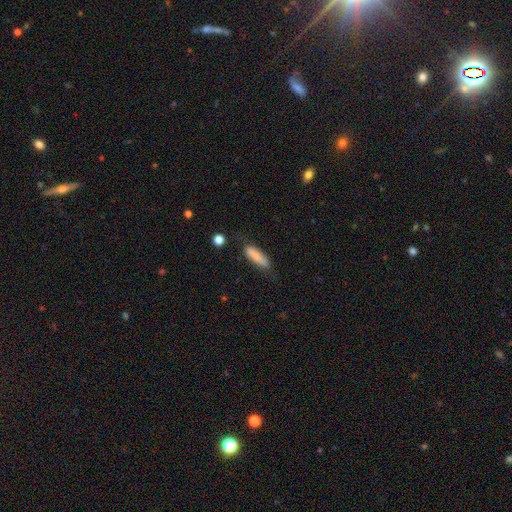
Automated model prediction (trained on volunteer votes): Smooth or featured? smooth (83%)
How rounded? cigar-shaped (64%)
Merging? none (70%)